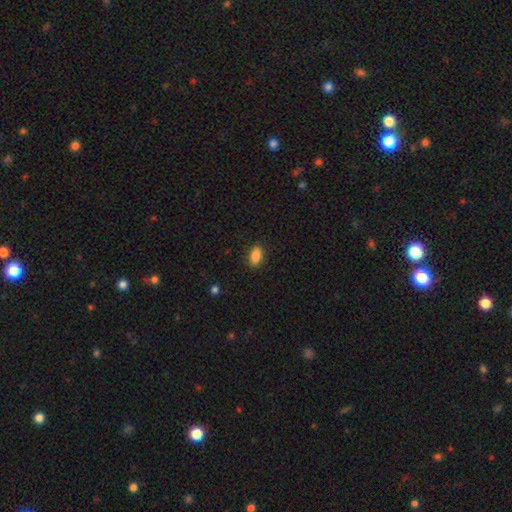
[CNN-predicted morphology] This is clearly a smooth galaxy (87%). How rounded: clearly in between (90%). Merging: clearly none (88%).